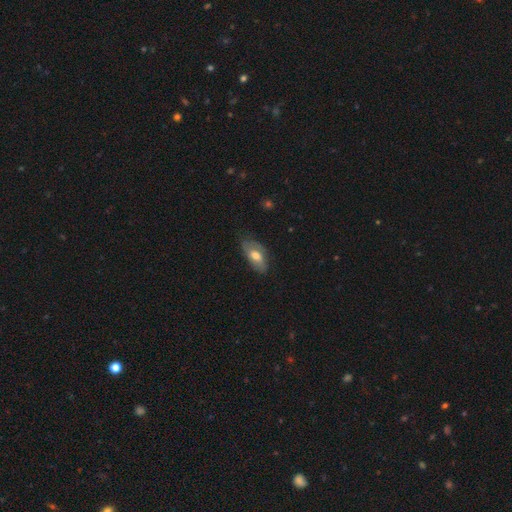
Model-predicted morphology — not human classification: Smooth or featured?
  - smooth: 55% *
  - featured or disk: 38%
  - star or artifact: 7%
How rounded?
  - in between: 90% *
  - cigar-shaped: 6%
  - round: 4%
Merging?
  - none: 65% *
  - minor disturbance: 26%
  - major disturbance: 7%
  - merger: 1%